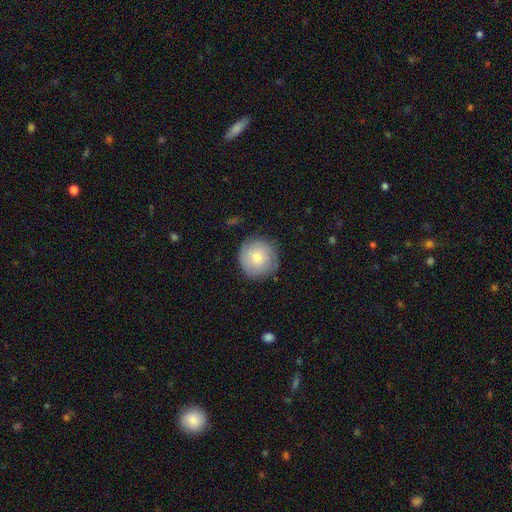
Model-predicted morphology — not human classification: smooth_or_featured: smooth (p=0.64) [alt: featured or disk p=0.28]
how_rounded: round (p=0.94) [alt: in between p=0.05]
merging: none (p=0.82) [alt: minor disturbance p=0.13]